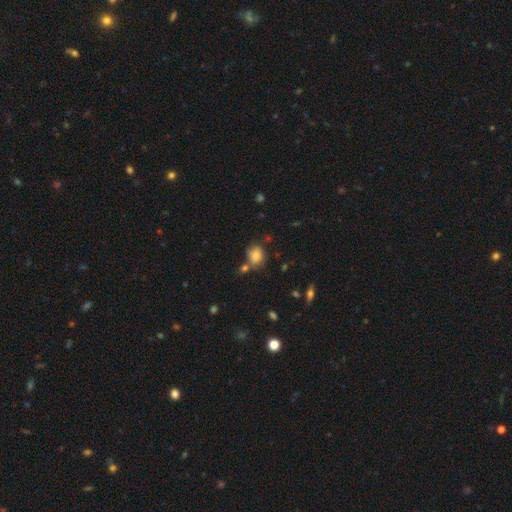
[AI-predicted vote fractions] Morphology: type=smooth (81%); roundness=round (57%); merging=none (64%).